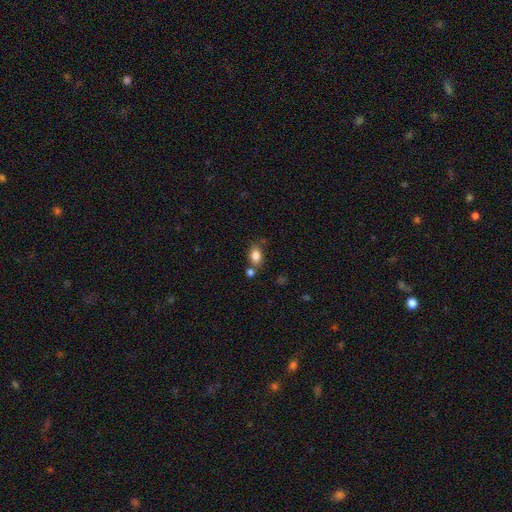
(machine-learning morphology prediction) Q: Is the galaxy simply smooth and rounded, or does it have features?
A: smooth — 84%.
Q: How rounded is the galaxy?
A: in between — 77%.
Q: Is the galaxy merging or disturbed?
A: none — 65%.